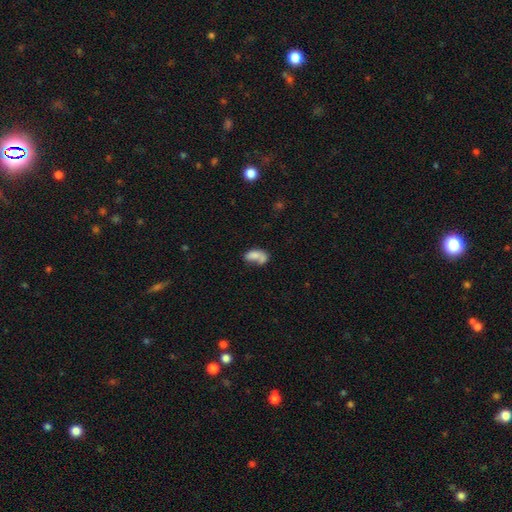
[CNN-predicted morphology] A smooth galaxy with no disk features (71%) that is in between round and cigar-shaped (88%).

Vote fractions:
- Smooth or featured? smooth: 71% / featured or disk: 19% / star or artifact: 9%
- How rounded? in between: 88% / round: 8% / cigar-shaped: 4%
- Merging? merger: 40% / none: 27% / major disturbance: 17% / minor disturbance: 17%